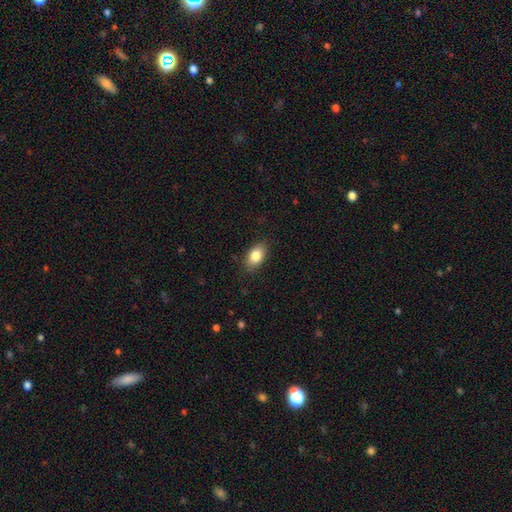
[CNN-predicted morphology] Smooth or featured? smooth (83%)
How rounded? in between (88%)
Merging? none (85%)